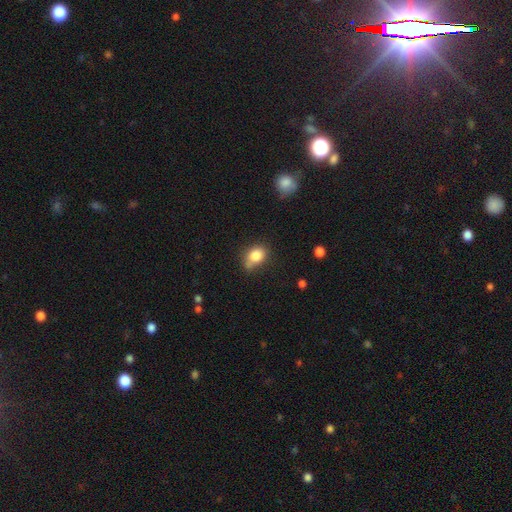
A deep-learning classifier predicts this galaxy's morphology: Smooth or featured: smooth — 83% (star or artifact — 10%)
How rounded: in between — 61% (round — 37%)
Merging: none — 54% (minor disturbance — 30%)